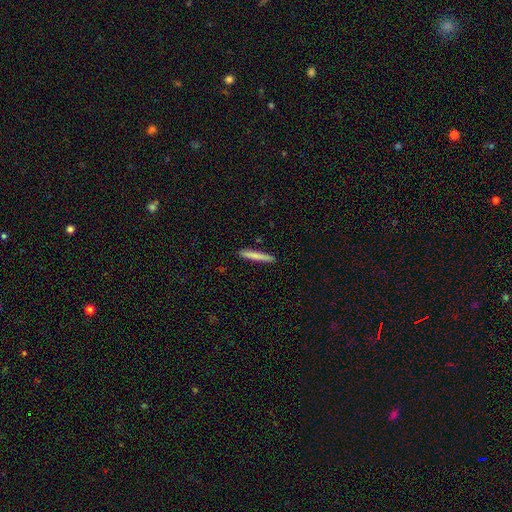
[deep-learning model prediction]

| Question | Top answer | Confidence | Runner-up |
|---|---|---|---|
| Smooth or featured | smooth | 79% | featured or disk (15%) |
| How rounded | cigar-shaped | 96% | in between (3%) |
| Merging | none | 91% | minor disturbance (6%) |